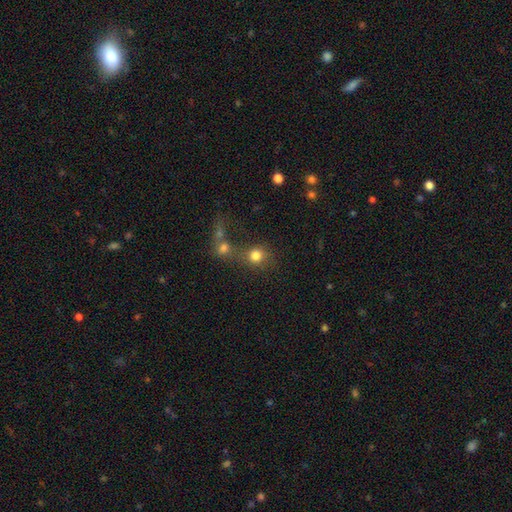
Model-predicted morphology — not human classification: type=smooth (77%); roundness=round (84%); merging=merger (43%).